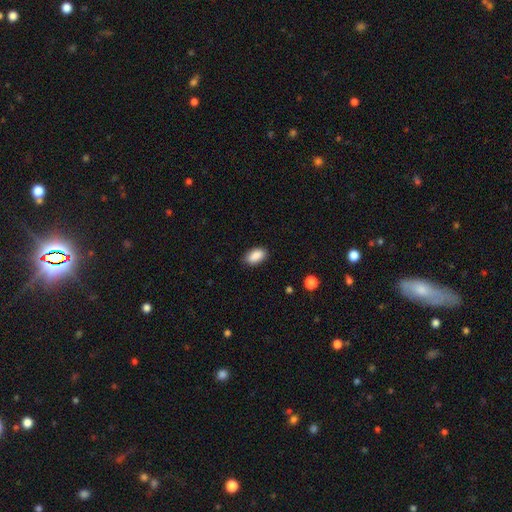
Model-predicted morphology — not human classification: This is clearly a smooth galaxy (89%). How rounded: clearly in between (93%). Merging: clearly none (85%).